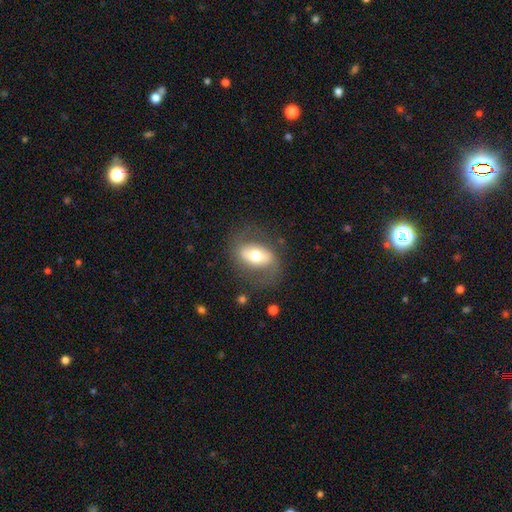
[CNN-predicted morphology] Smooth or featured? featured or disk (48%)
Merging? none (70%)